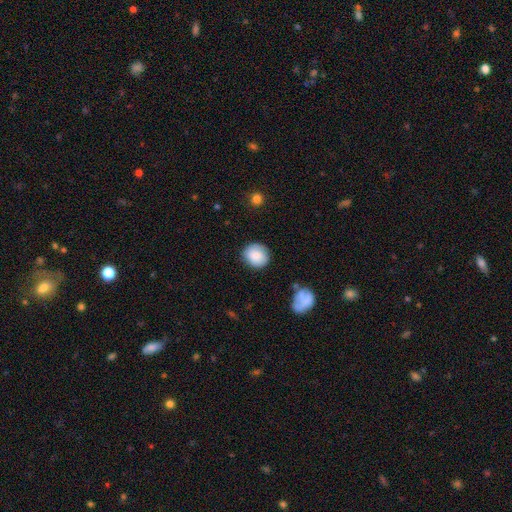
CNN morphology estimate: smooth_or_featured: smooth (p=0.85) [alt: featured or disk p=0.08]
how_rounded: round (p=0.83) [alt: in between p=0.16]
merging: none (p=0.81) [alt: minor disturbance p=0.14]